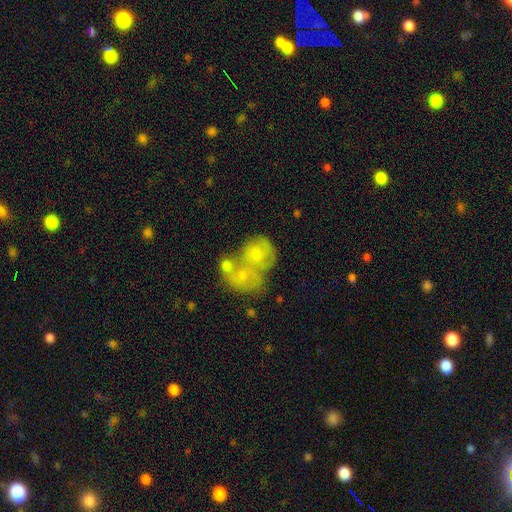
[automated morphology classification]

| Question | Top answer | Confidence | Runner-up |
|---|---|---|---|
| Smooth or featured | featured or disk | 46% | smooth (44%) |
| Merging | merger | 62% | none (18%) |